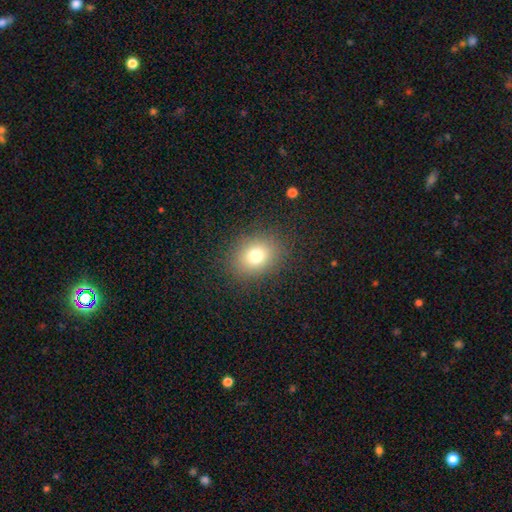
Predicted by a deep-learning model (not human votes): This appears to be a smooth galaxy with no disk features (76%) that is round (57%). Merging: none (87%).